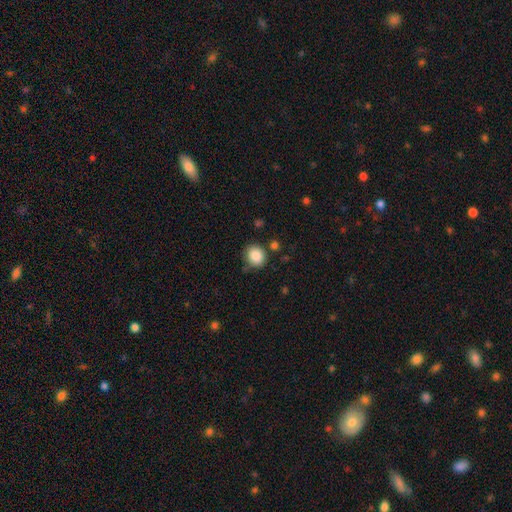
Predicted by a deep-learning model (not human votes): This is clearly a smooth galaxy (87%). How rounded: likely round (76%). Merging: likely none (78%).